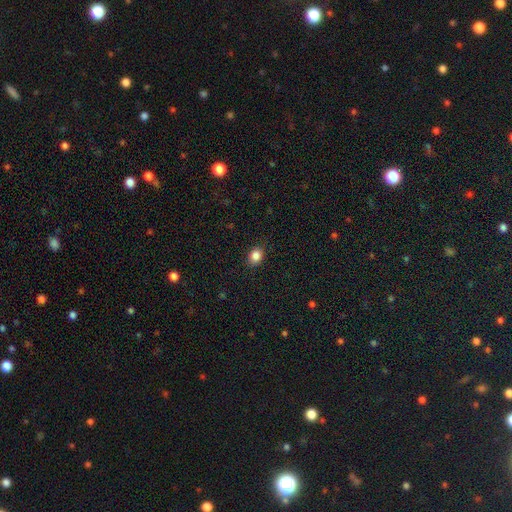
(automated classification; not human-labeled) Smooth or featured: smooth — 85% (star or artifact — 10%)
How rounded: in between — 52% (round — 47%)
Merging: none — 88% (minor disturbance — 9%)